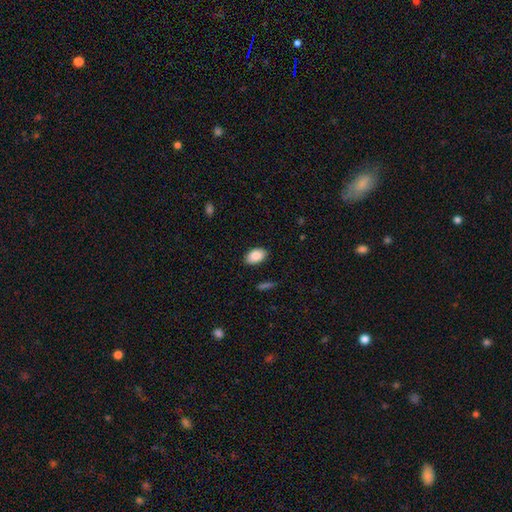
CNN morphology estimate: smooth-or-featured: smooth: 89% | star or artifact: 7% | featured or disk: 5%
  how-rounded: in between: 92% | round: 6% | cigar-shaped: 1%
  merging: none: 86% | minor disturbance: 10% | major disturbance: 2% | merger: 1%